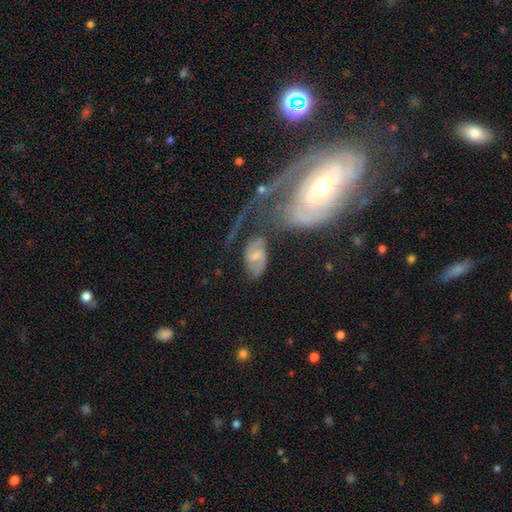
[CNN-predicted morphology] smooth_or_featured: featured or disk (p=0.72) [alt: smooth p=0.21]
disk_edge_on: no (p=0.96) [alt: yes p=0.04]
bar: weak (p=0.55) [alt: strong p=0.23]
has_spiral_arms: yes (p=0.91) [alt: no p=0.09]
spiral_winding: medium (p=0.46) [alt: loose p=0.27]
spiral_arm_count: 2 (p=0.85) [alt: can't tell p=0.08]
bulge_size: small (p=0.53) [alt: moderate p=0.32]
merging: none (p=0.59) [alt: minor disturbance p=0.18]